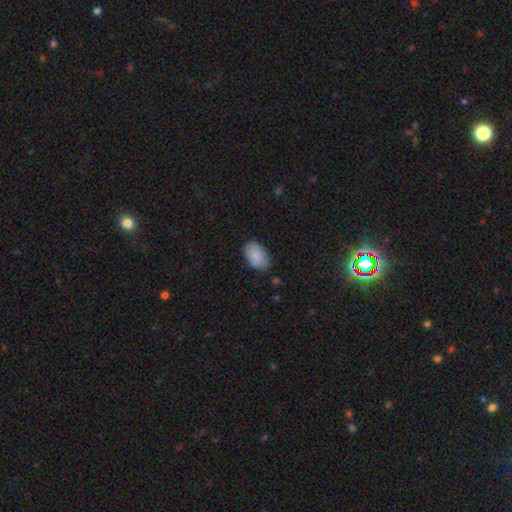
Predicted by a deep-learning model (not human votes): Smooth or featured: smooth — 86% (featured or disk — 7%)
How rounded: in between — 93% (round — 6%)
Merging: none — 75% (minor disturbance — 20%)